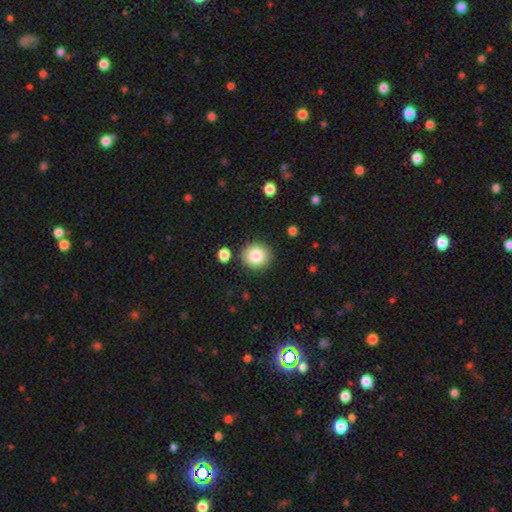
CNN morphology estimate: Q: Smooth or featured?
A: smooth (82%); runner-up: star or artifact (10%)
Q: How rounded?
A: round (89%); runner-up: in between (10%)
Q: Merging?
A: none (87%); runner-up: minor disturbance (7%)